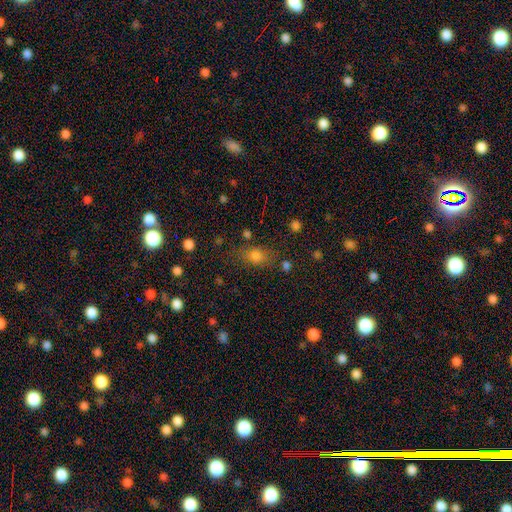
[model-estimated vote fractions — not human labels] Smooth or featured? smooth (72%)
How rounded? in between (61%)
Merging? none (74%)